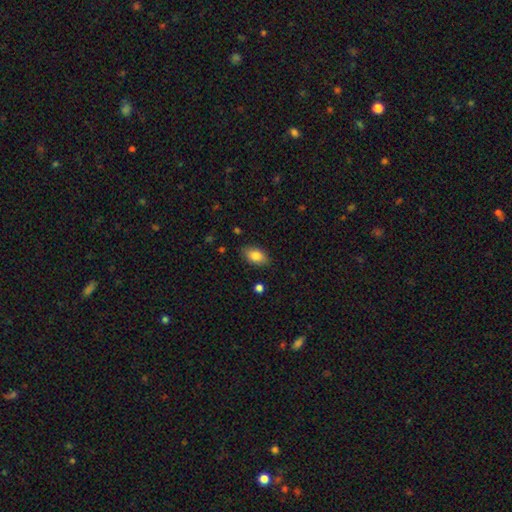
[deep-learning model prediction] This is clearly a smooth galaxy (84%). How rounded: clearly in between (91%). Merging: clearly none (85%).